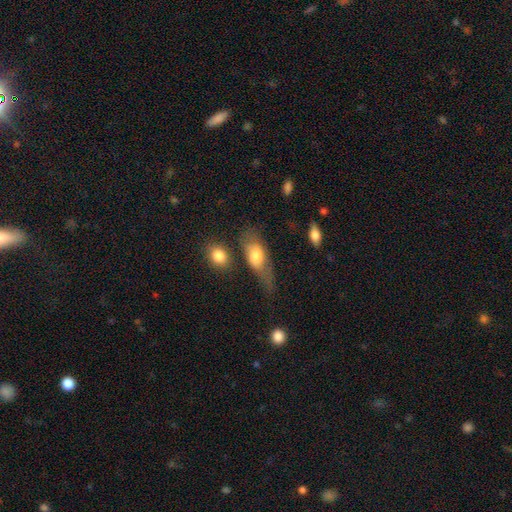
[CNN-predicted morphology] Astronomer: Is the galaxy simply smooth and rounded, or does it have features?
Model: smooth — 63%.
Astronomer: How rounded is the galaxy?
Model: in between — 76%.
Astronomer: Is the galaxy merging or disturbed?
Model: none — 44% (runner-up: minor disturbance, 27%).